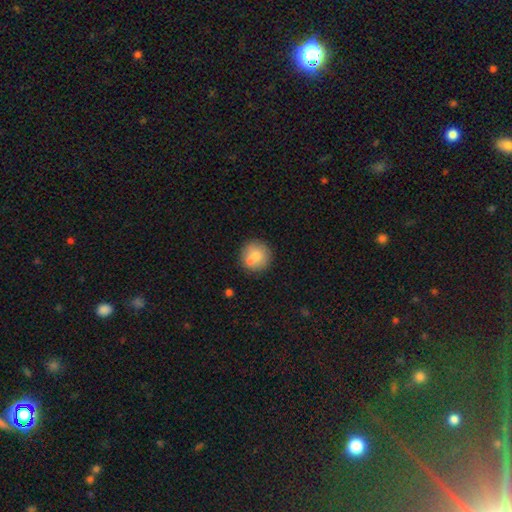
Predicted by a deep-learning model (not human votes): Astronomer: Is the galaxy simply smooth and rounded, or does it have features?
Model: smooth — 76%.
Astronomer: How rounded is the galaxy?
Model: round — 94%.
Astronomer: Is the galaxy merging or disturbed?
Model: none — 72%.